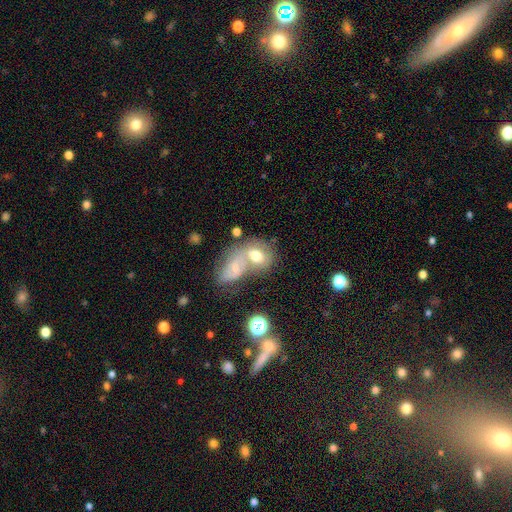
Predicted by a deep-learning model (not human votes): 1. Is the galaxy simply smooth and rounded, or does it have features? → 59% smooth, 31% featured or disk, 10% star or artifact.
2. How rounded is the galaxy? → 61% in between, 37% round, 2% cigar-shaped.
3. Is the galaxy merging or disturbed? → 60% merger, 25% none, 9% minor disturbance, 6% major disturbance.